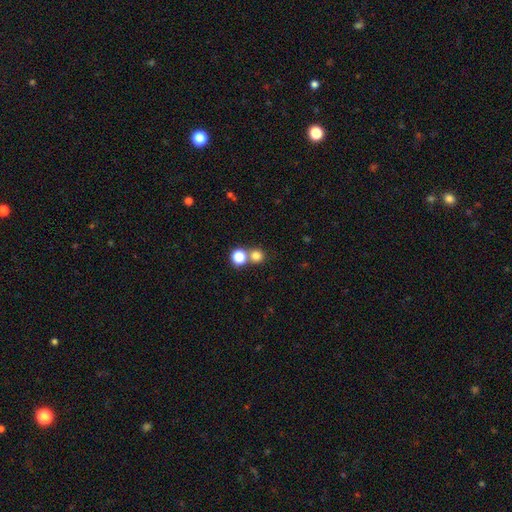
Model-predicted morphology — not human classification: Smooth or featured: smooth — 78% (star or artifact — 16%)
How rounded: round — 90% (in between — 9%)
Merging: none — 62% (merger — 29%)